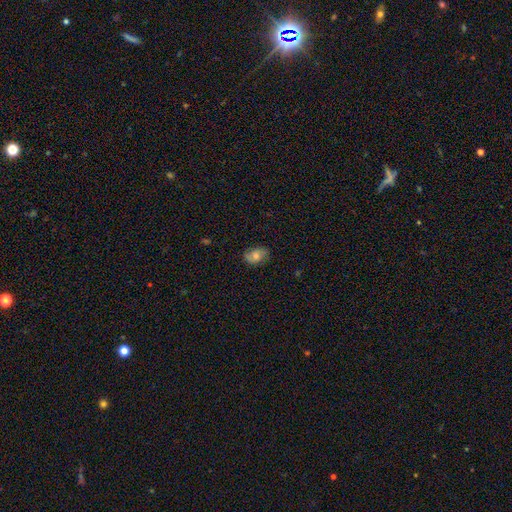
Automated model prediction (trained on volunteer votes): Smooth or featured?
  - smooth: 65% *
  - featured or disk: 26%
  - star or artifact: 9%
How rounded?
  - in between: 80% *
  - round: 19%
  - cigar-shaped: 2%
Merging?
  - none: 80% *
  - minor disturbance: 16%
  - major disturbance: 3%
  - merger: 1%